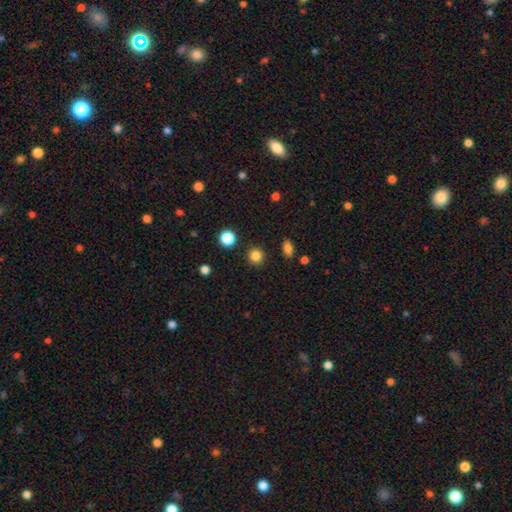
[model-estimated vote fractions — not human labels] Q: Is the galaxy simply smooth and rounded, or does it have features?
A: smooth — 83%.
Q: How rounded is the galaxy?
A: round — 92%.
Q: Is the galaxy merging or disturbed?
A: none — 90%.